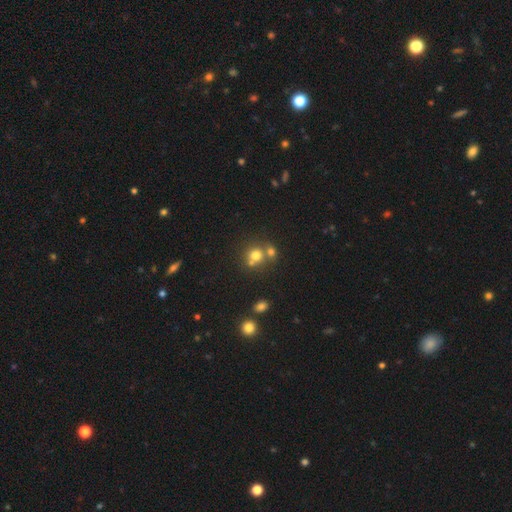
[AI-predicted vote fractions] This is likely a smooth galaxy (72%). How rounded: clearly round (83%). Merging: possibly none (48%).